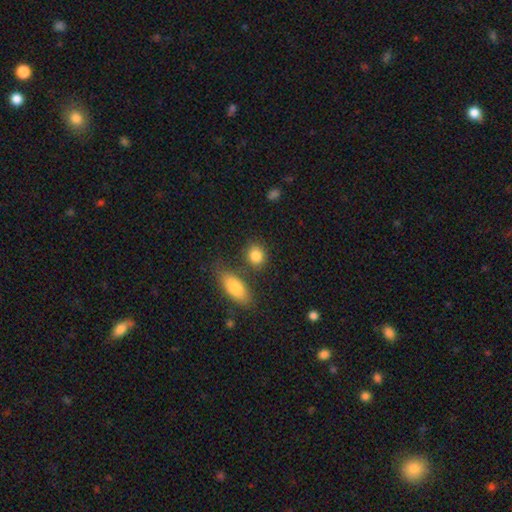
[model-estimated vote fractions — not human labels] Smooth or featured: smooth — 86% (star or artifact — 8%)
How rounded: round — 61% (in between — 36%)
Merging: none — 74% (merger — 11%)